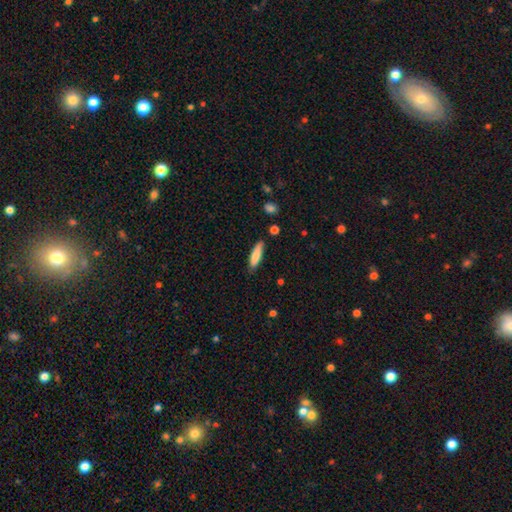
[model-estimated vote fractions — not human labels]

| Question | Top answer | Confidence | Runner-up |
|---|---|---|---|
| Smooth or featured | smooth | 82% | featured or disk (12%) |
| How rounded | cigar-shaped | 75% | in between (23%) |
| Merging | none | 81% | minor disturbance (14%) |